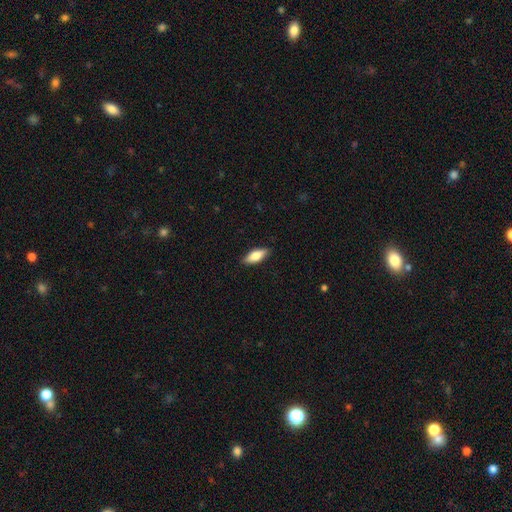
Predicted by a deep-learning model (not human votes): Q: Smooth or featured?
A: smooth (76%); runner-up: featured or disk (18%)
Q: How rounded?
A: in between (72%); runner-up: cigar-shaped (26%)
Q: Merging?
A: none (88%); runner-up: minor disturbance (9%)